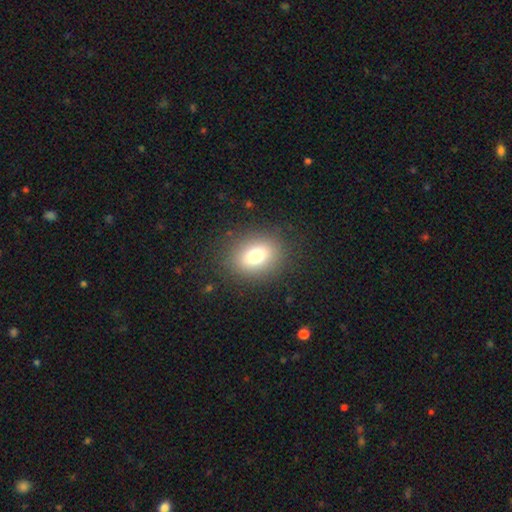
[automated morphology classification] type=smooth (77%); roundness=in between (63%); merging=none (86%).